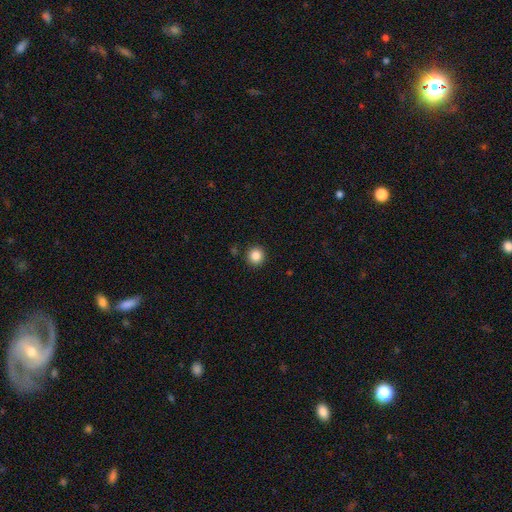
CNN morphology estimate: Overall: smooth (86%). How rounded: round (93%). Merging: none (91%).